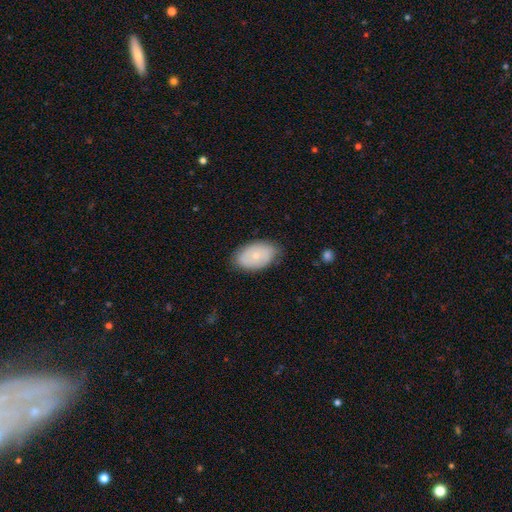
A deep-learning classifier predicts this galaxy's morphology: Smooth or featured?
  - smooth: 68% *
  - featured or disk: 26%
  - star or artifact: 7%
How rounded?
  - in between: 92% *
  - round: 7%
  - cigar-shaped: 1%
Merging?
  - none: 74% *
  - minor disturbance: 21%
  - major disturbance: 4%
  - merger: 1%